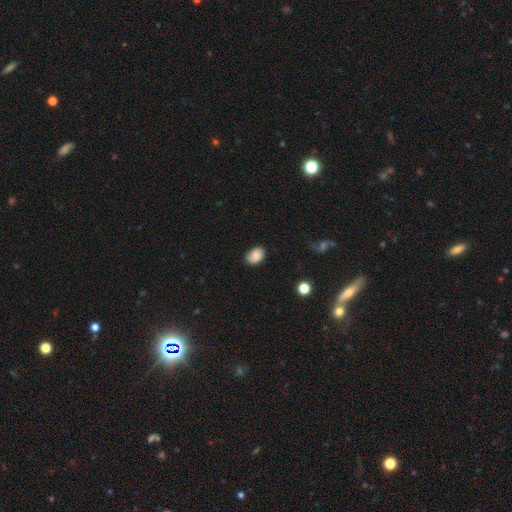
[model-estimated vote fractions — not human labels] Q: Smooth or featured?
A: smooth (84%); runner-up: star or artifact (8%)
Q: How rounded?
A: in between (76%); runner-up: round (23%)
Q: Merging?
A: none (75%); runner-up: minor disturbance (20%)